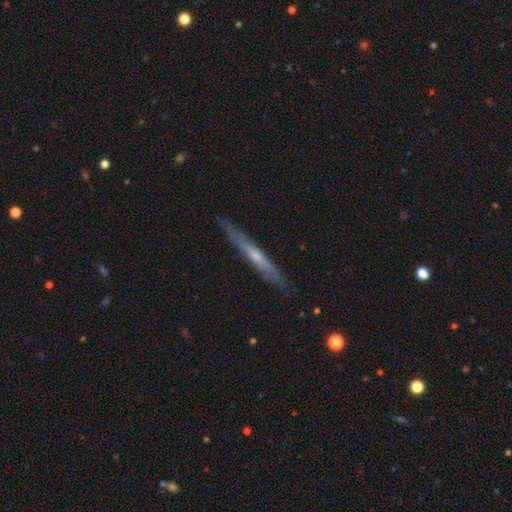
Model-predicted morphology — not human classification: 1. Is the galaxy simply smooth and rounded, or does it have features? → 63% featured or disk, 31% smooth, 6% star or artifact.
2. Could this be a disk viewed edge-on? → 95% yes, 5% no.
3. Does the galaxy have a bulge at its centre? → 51% rounded, 44% none, 5% boxy.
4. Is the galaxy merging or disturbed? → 88% none, 9% minor disturbance, 1% major disturbance, 1% merger.